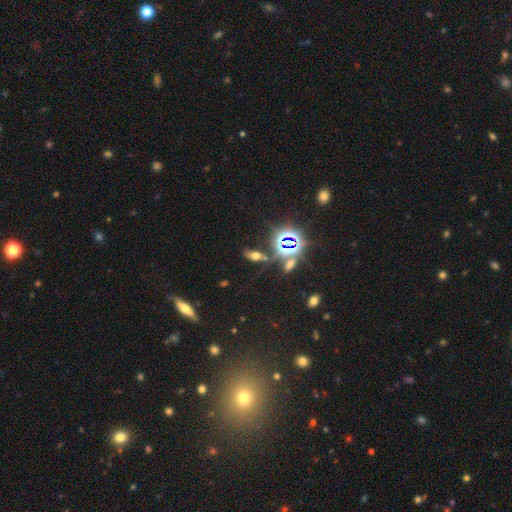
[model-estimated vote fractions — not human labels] Q: Smooth or featured?
A: star or artifact (43%); runner-up: smooth (41%)